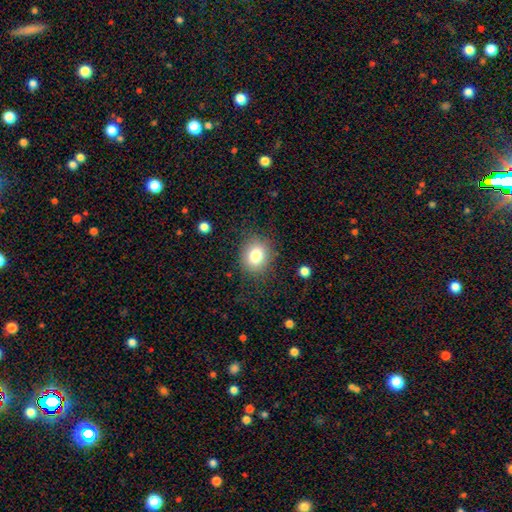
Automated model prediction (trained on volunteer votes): Q: Smooth or featured?
A: smooth (80%); runner-up: star or artifact (11%)
Q: How rounded?
A: round (67%); runner-up: in between (33%)
Q: Merging?
A: none (83%); runner-up: minor disturbance (11%)